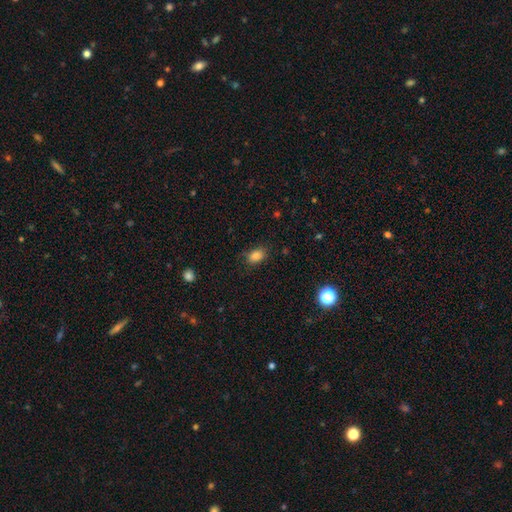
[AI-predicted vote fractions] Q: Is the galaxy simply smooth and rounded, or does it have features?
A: smooth — 85%.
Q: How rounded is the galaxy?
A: in between — 81%.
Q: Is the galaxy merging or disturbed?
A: none — 78%.